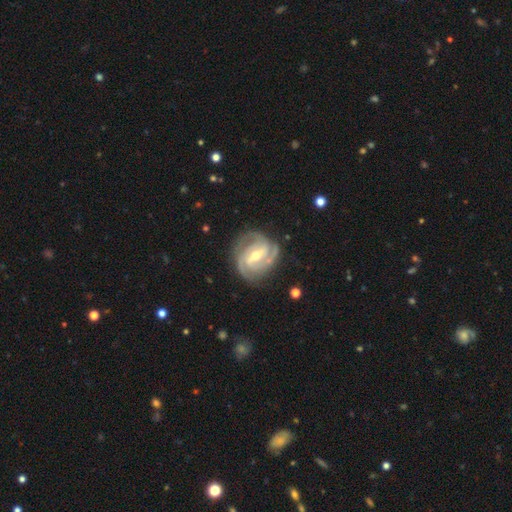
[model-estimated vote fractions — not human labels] Morphology: type=featured or disk (90%); edge-on=no (97%); bar=weak (43%, tied with strong); spiral arms=yes (97%); winding=tight (56%); arm count=3 (42%); bulge=moderate (54%); merging=none (75%).